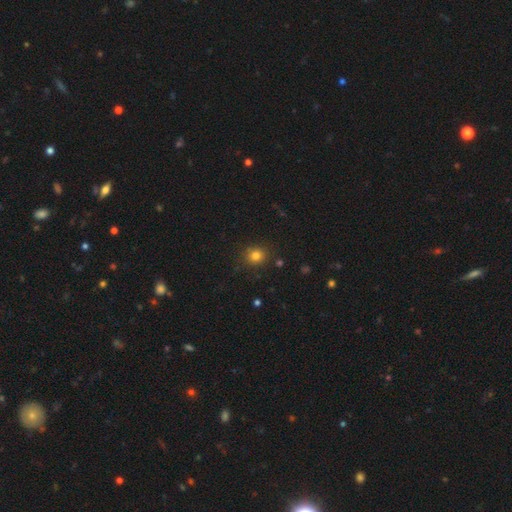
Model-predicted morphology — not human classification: A smooth galaxy with no disk features (81%) that is round (83%). Merging: none (87%).